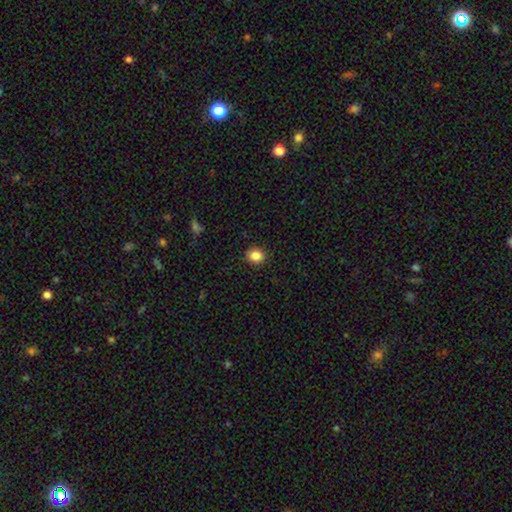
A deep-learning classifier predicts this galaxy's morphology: Smooth or featured: smooth — 86% (star or artifact — 10%)
How rounded: round — 73% (in between — 26%)
Merging: none — 90% (minor disturbance — 7%)